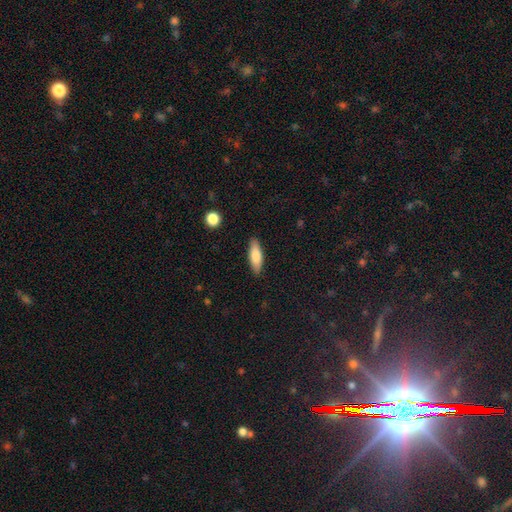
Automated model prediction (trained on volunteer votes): smooth_or_featured: smooth (p=0.77) [alt: featured or disk p=0.17]
how_rounded: in between (p=0.51) [alt: cigar-shaped p=0.47]
merging: none (p=0.88) [alt: minor disturbance p=0.09]